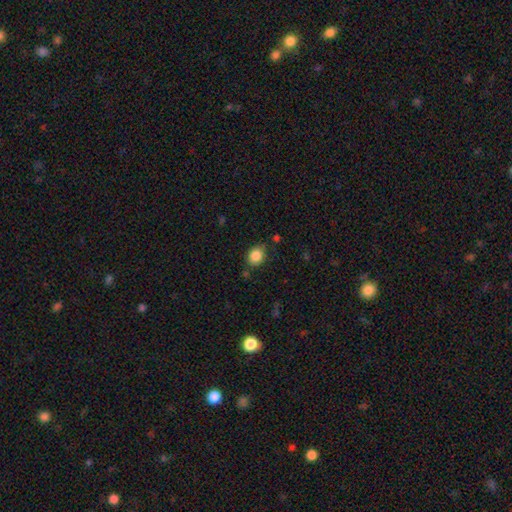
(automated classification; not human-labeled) This is clearly a smooth galaxy (86%). How rounded: likely round (61%). Merging: likely none (77%).